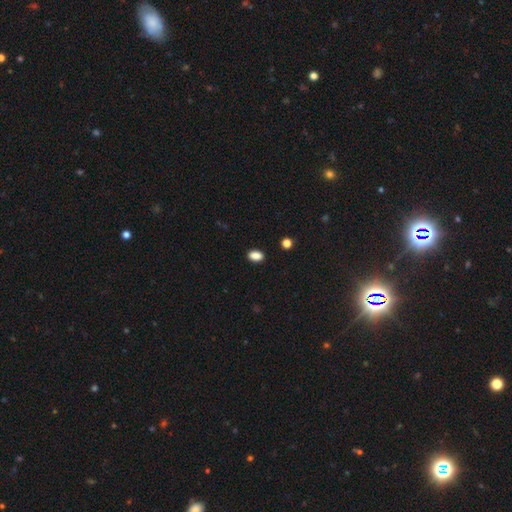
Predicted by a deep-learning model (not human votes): Smooth or featured? Predicted: smooth (p=0.87). How rounded? Predicted: in between (p=0.86). Merging? Predicted: none (p=0.88).